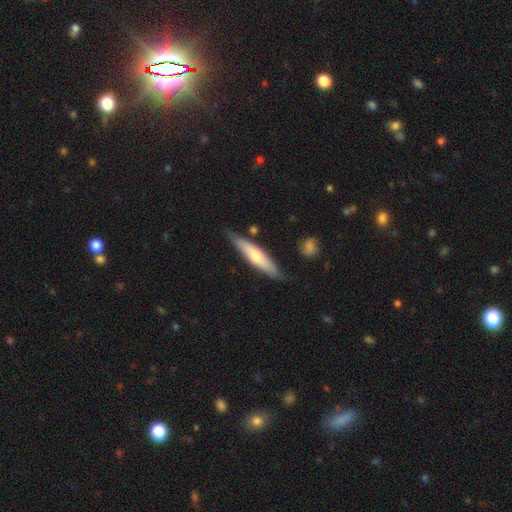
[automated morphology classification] Smooth or featured: smooth — 57% (featured or disk — 38%)
How rounded: cigar-shaped — 81% (in between — 18%)
Merging: none — 78% (minor disturbance — 16%)